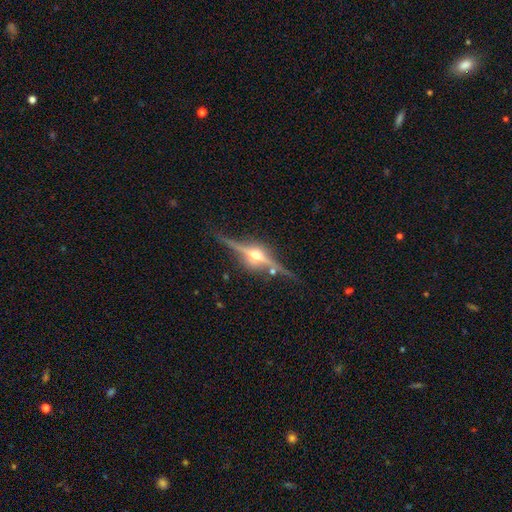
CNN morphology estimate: smooth_or_featured: featured or disk (p=0.88) [alt: star or artifact p=0.06]
disk_edge_on: yes (p=0.98) [alt: no p=0.02]
edge_on_bulge: rounded (p=0.95) [alt: boxy p=0.04]
merging: none (p=0.86) [alt: minor disturbance p=0.10]